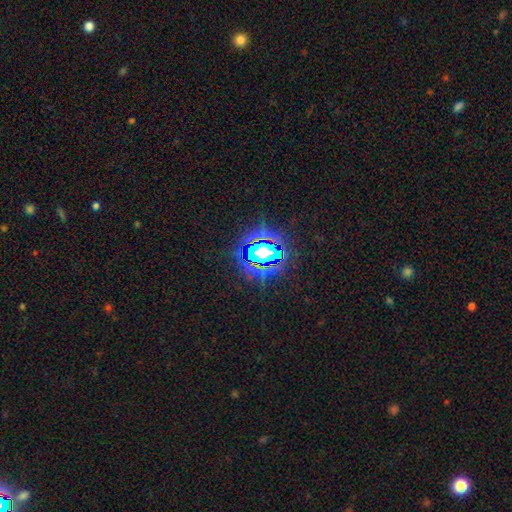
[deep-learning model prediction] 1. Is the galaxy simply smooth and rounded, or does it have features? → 82% star or artifact, 11% smooth, 7% featured or disk.